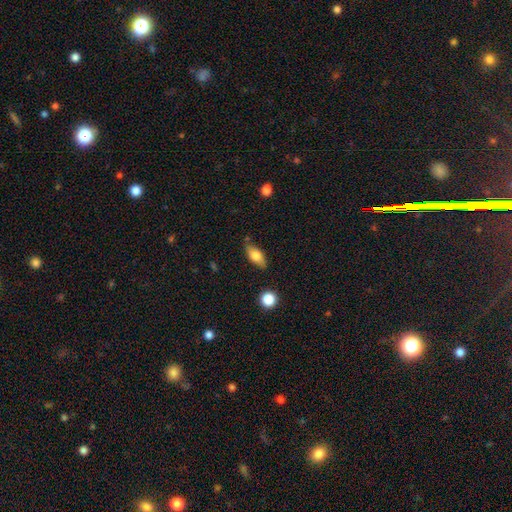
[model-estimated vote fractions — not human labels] A smooth galaxy with no disk features (72%) that is in between round and cigar-shaped (82%).

Vote fractions:
- Smooth or featured? smooth: 72% / featured or disk: 20% / star or artifact: 7%
- How rounded? in between: 82% / cigar-shaped: 14% / round: 4%
- Merging? none: 79% / minor disturbance: 15% / merger: 3% / major disturbance: 3%